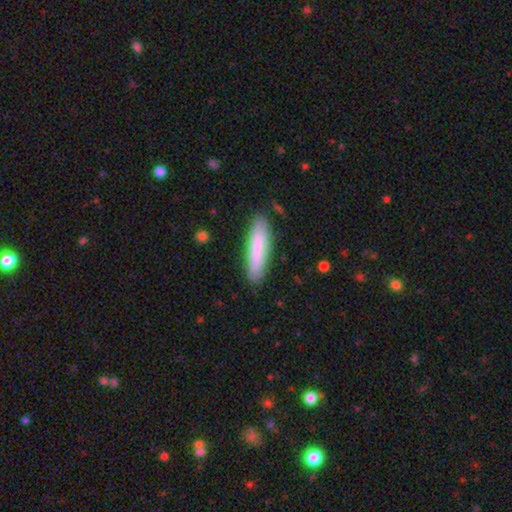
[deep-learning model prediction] smooth_or_featured: smooth (p=0.80) [alt: featured or disk p=0.15]
how_rounded: cigar-shaped (p=0.75) [alt: in between p=0.23]
merging: none (p=0.85) [alt: minor disturbance p=0.10]